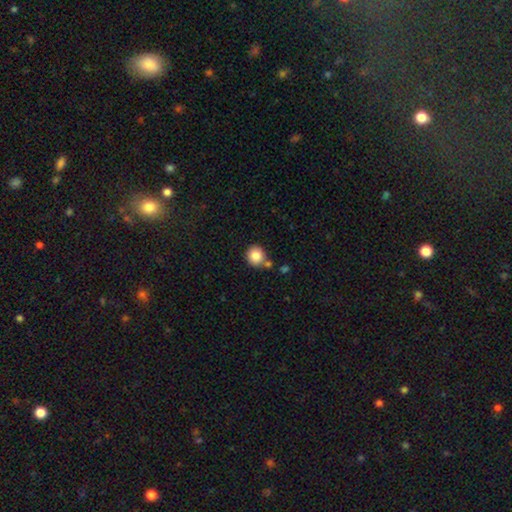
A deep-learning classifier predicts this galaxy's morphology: Smooth or featured? Predicted: smooth (p=0.84). How rounded? Predicted: round (p=0.87). Merging? Predicted: none (p=0.71).